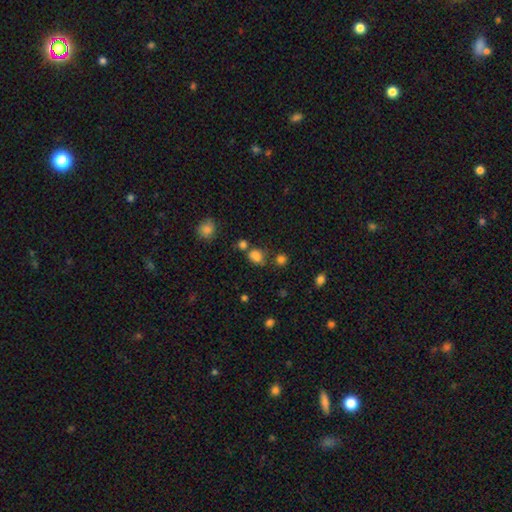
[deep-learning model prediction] Smooth or featured?
  - smooth: 75% *
  - star or artifact: 17%
  - featured or disk: 8%
How rounded?
  - in between: 52% *
  - round: 46%
  - cigar-shaped: 1%
Merging?
  - none: 52% *
  - merger: 21%
  - minor disturbance: 18%
  - major disturbance: 9%